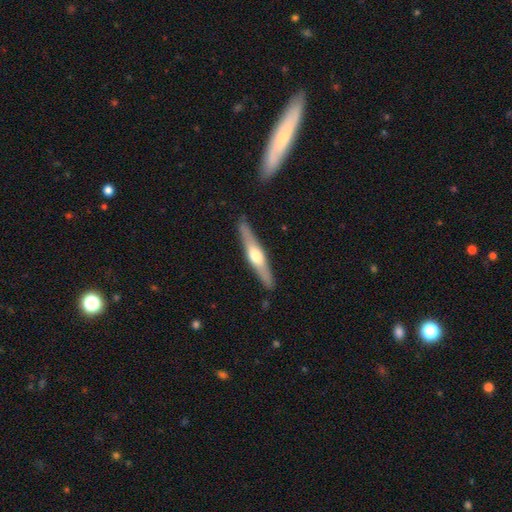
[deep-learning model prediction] Smooth or featured: featured or disk — 64% (smooth — 32%)
Edge-on disk: yes — 96% (no — 4%)
Edge-on bulge: rounded — 91% (boxy — 5%)
Merging: none — 88% (minor disturbance — 9%)